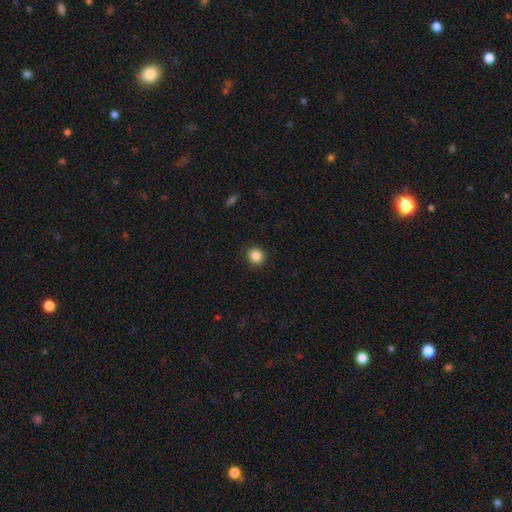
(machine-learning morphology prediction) Smooth or featured: smooth — 86% (star or artifact — 11%)
How rounded: round — 91% (in between — 8%)
Merging: none — 92% (minor disturbance — 5%)